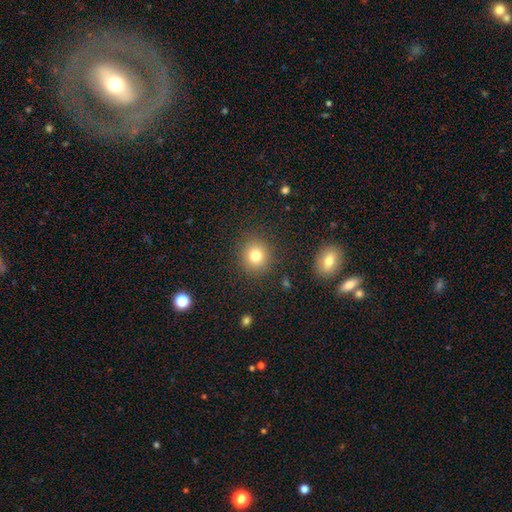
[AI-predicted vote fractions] This is likely a smooth galaxy (79%). How rounded: clearly round (86%). Merging: clearly none (88%).